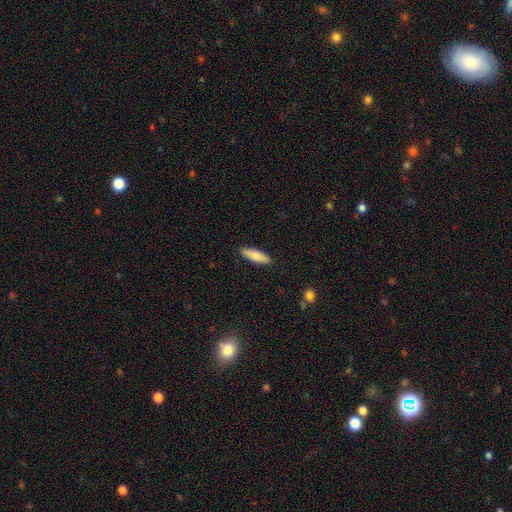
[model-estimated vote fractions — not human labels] smooth-or-featured: smooth: 80% | featured or disk: 14% | star or artifact: 6%
  how-rounded: cigar-shaped: 57% | in between: 42% | round: 2%
  merging: none: 89% | minor disturbance: 8% | major disturbance: 2% | merger: 1%